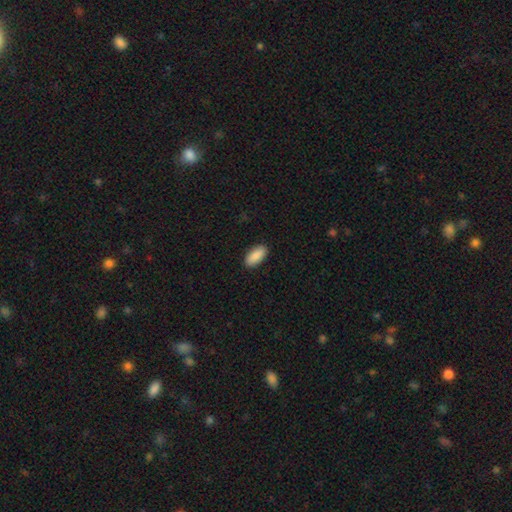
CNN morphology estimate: smooth_or_featured: smooth (p=0.90) [alt: star or artifact p=0.06]
how_rounded: in between (p=0.92) [alt: cigar-shaped p=0.06]
merging: none (p=0.90) [alt: minor disturbance p=0.07]